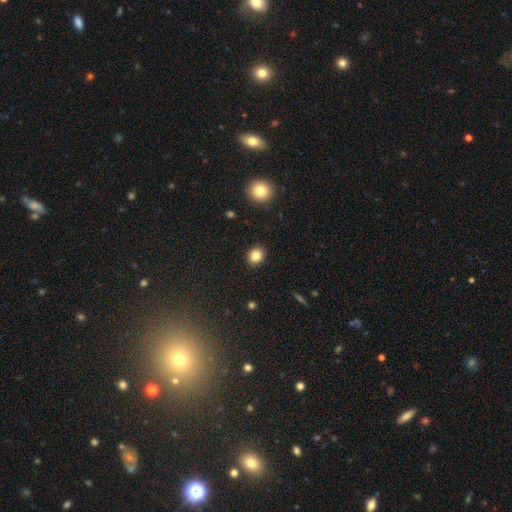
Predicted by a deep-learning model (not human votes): Morphology: type=smooth (83%); roundness=round (67%); merging=none (90%).